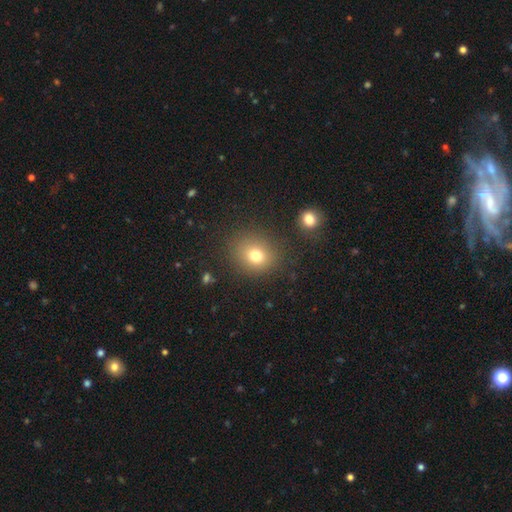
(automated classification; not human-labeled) Q: Smooth or featured?
A: smooth (75%); runner-up: star or artifact (15%)
Q: How rounded?
A: round (74%); runner-up: in between (26%)
Q: Merging?
A: none (84%); runner-up: minor disturbance (9%)